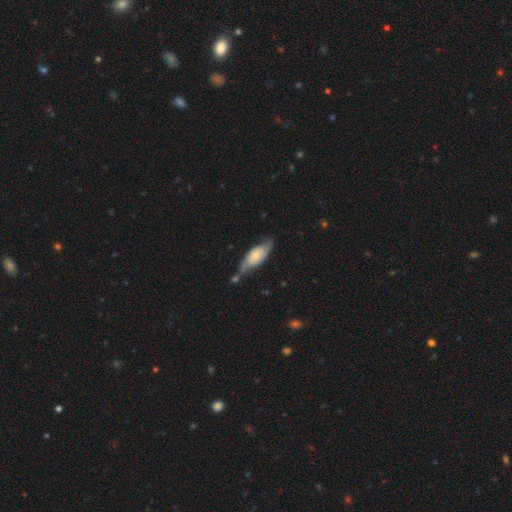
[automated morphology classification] Smooth or featured? featured or disk (49%)
Merging? none (49%)